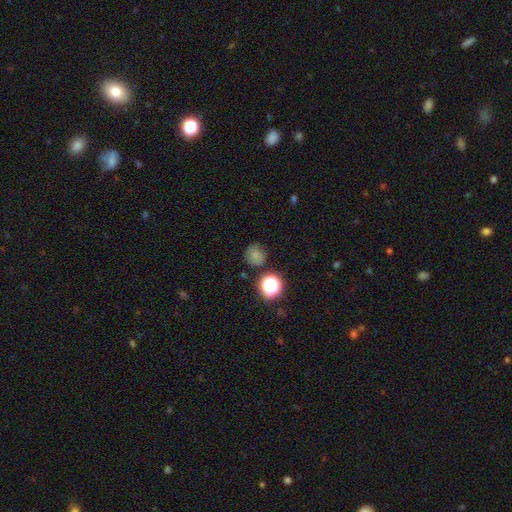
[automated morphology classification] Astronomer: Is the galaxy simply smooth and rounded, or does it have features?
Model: smooth — 72%.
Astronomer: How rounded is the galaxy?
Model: round — 87%.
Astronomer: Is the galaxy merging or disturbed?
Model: none — 73%.